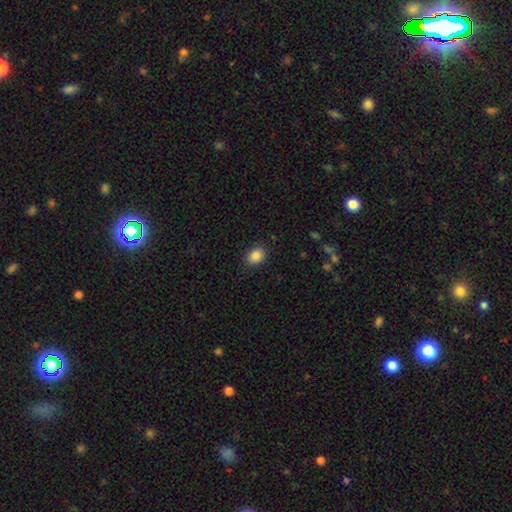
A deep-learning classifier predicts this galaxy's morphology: Smooth or featured? Predicted: smooth (p=0.87). How rounded? Predicted: in between (p=0.59). Merging? Predicted: none (p=0.87).